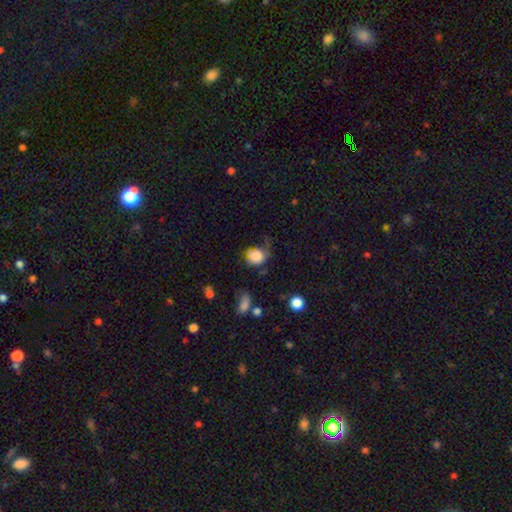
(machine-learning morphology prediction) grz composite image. It shows a smooth galaxy with no disk features (80%) that is round (74%). Merging: none (45%).